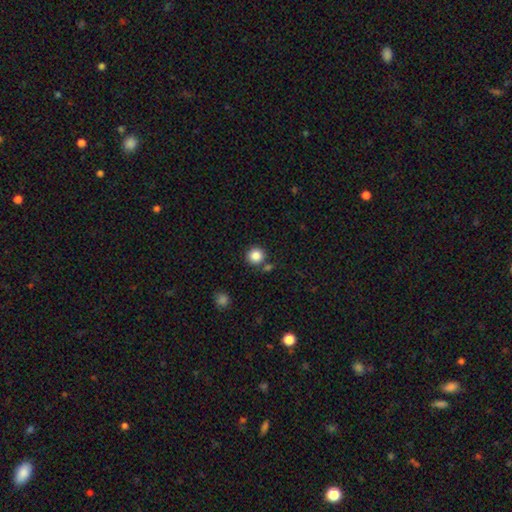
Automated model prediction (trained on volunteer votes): smooth-or-featured: smooth: 86% | star or artifact: 10% | featured or disk: 4%
  how-rounded: round: 93% | in between: 6% | cigar-shaped: 1%
  merging: none: 81% | merger: 9% | minor disturbance: 8% | major disturbance: 3%